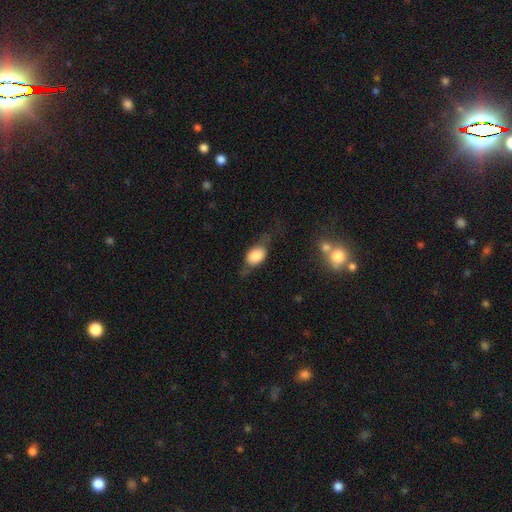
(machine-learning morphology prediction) This appears to be a smooth galaxy with no disk features (65%) that is in between round and cigar-shaped (77%). Merging: none (48%).